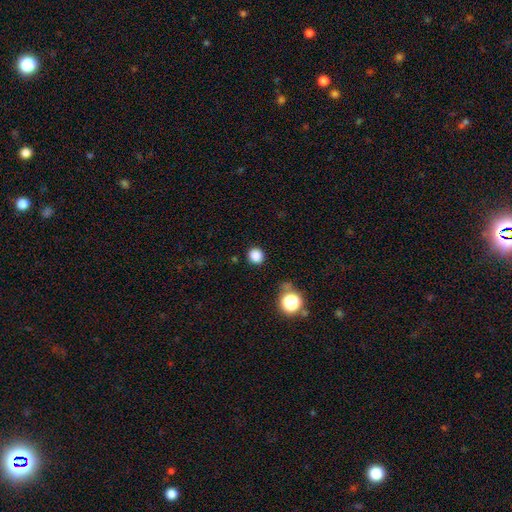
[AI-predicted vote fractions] A smooth galaxy with no disk features (84%) that is round (91%).

Vote fractions:
- Smooth or featured? smooth: 84% / star or artifact: 12% / featured or disk: 3%
- How rounded? round: 91% / in between: 8% / cigar-shaped: 1%
- Merging? none: 88% / minor disturbance: 8% / major disturbance: 3% / merger: 2%